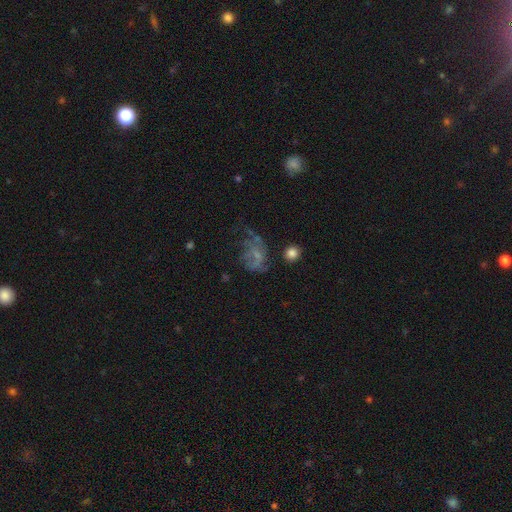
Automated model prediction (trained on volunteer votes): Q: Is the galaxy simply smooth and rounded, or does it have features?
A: featured or disk — 50%.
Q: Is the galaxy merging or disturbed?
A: major disturbance — 45%.